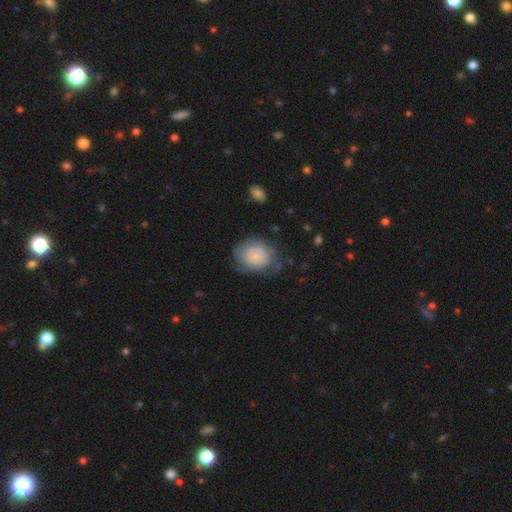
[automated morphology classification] Overall: featured or disk (47%; smooth 45%). Merging: none (56%; minor disturbance 26%).